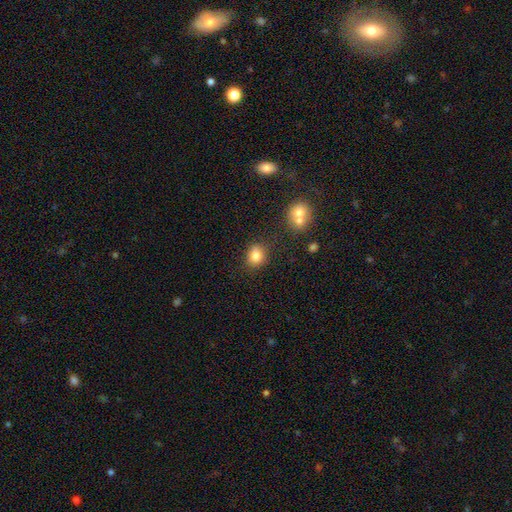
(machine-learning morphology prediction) This appears to be a smooth galaxy with no disk features (81%) that is round (62%). Merging: none (79%).